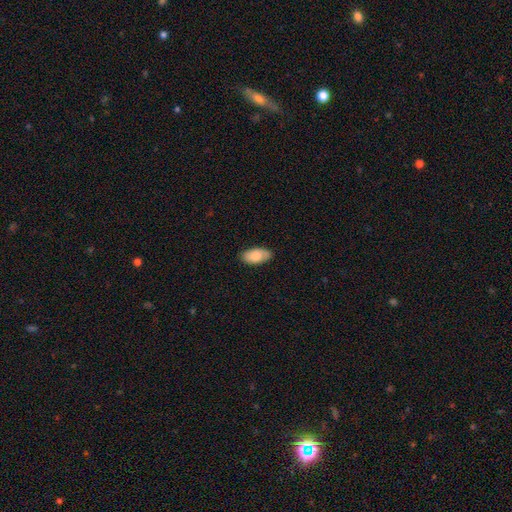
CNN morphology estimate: Smooth or featured?
  - smooth: 80% *
  - featured or disk: 14%
  - star or artifact: 6%
How rounded?
  - in between: 94% *
  - cigar-shaped: 4%
  - round: 3%
Merging?
  - none: 81% *
  - minor disturbance: 15%
  - major disturbance: 3%
  - merger: 1%